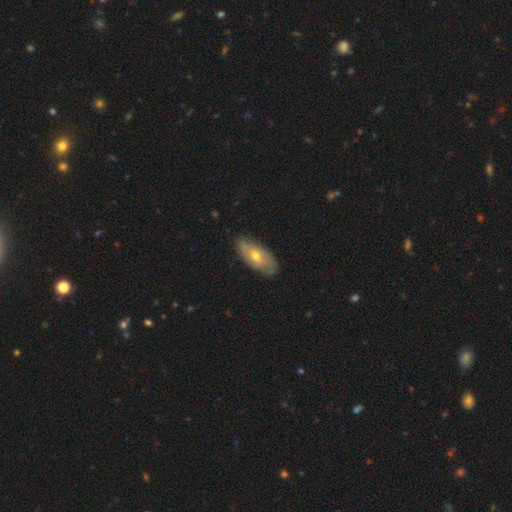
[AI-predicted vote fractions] Smooth or featured? smooth (49%)
Merging? none (74%)